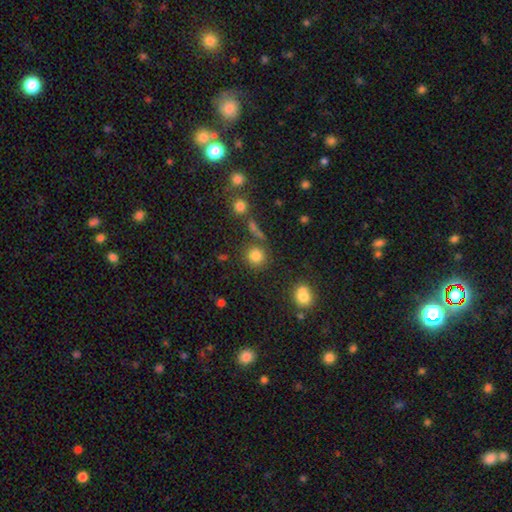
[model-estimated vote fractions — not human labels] smooth_or_featured: smooth (p=0.80) [alt: star or artifact p=0.13]
how_rounded: round (p=0.89) [alt: in between p=0.09]
merging: none (p=0.77) [alt: minor disturbance p=0.10]